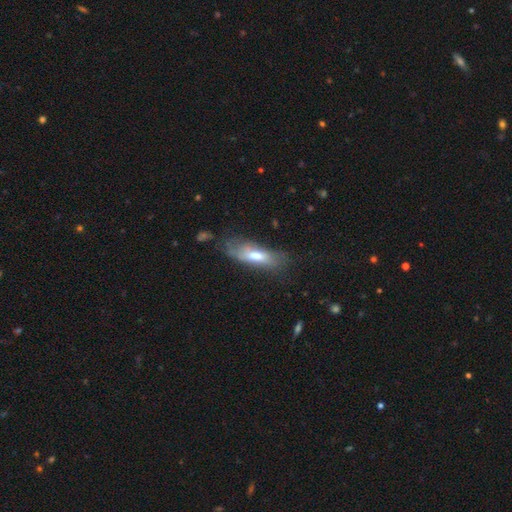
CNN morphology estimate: Smooth or featured: smooth — 58% (featured or disk — 34%)
How rounded: in between — 55% (cigar-shaped — 43%)
Merging: none — 54% (minor disturbance — 28%)